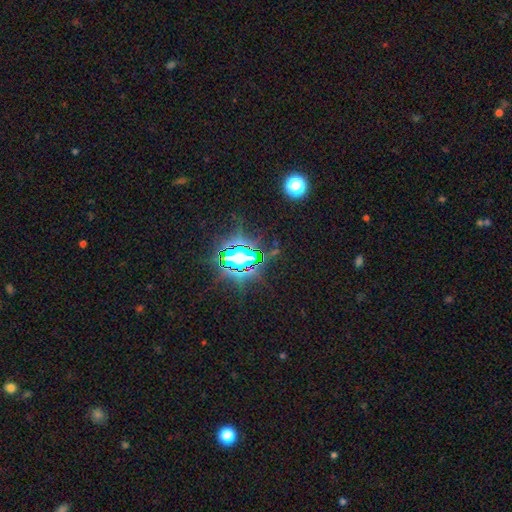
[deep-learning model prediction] Smooth or featured? star or artifact (82%)